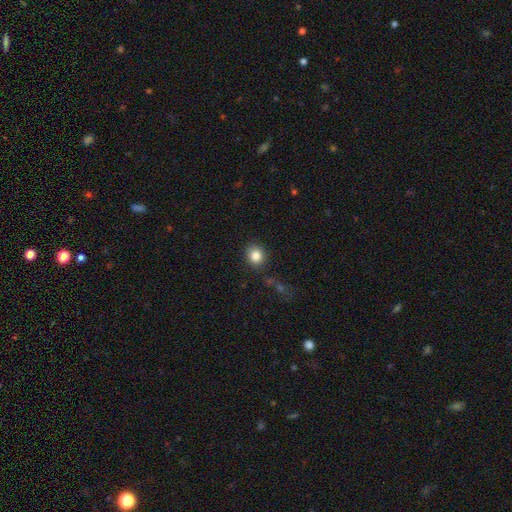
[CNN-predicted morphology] This appears to be a smooth galaxy with no disk features (83%) that is round (79%). Merging: none (87%).